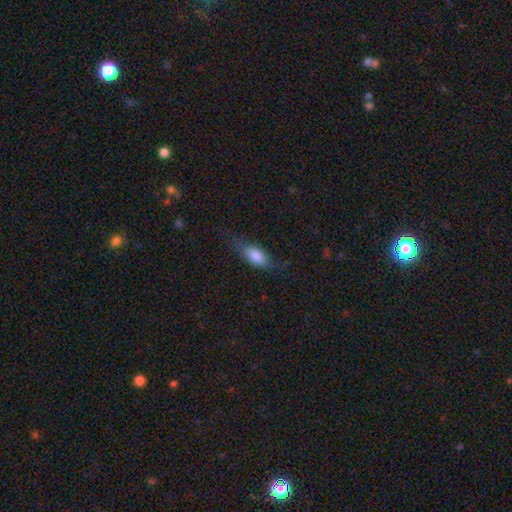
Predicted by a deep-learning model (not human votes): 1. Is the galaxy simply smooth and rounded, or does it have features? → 75% smooth, 17% featured or disk, 7% star or artifact.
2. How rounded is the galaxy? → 81% in between, 15% cigar-shaped, 4% round.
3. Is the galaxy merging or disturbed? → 57% none, 26% minor disturbance, 15% major disturbance, 2% merger.